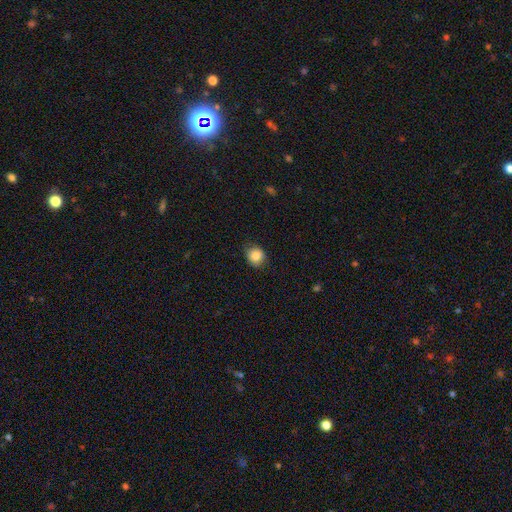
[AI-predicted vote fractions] A smooth galaxy with no disk features (85%) that is round (69%).

Vote fractions:
- Smooth or featured? smooth: 85% / star or artifact: 9% / featured or disk: 6%
- How rounded? round: 69% / in between: 30% / cigar-shaped: 1%
- Merging? none: 81% / minor disturbance: 15% / major disturbance: 3% / merger: 1%